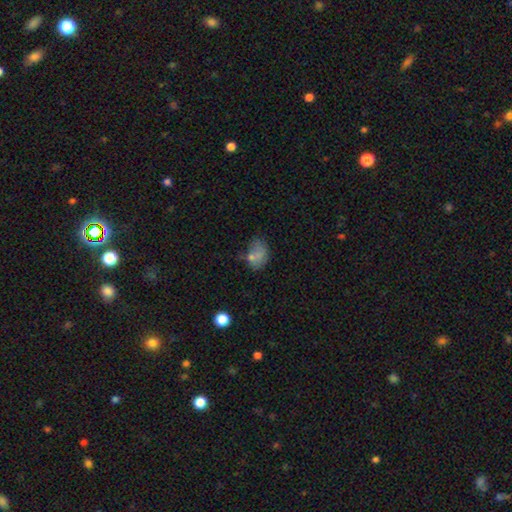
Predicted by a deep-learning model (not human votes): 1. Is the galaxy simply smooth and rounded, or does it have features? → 68% smooth, 19% featured or disk, 14% star or artifact.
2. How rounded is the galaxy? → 77% in between, 22% round, 1% cigar-shaped.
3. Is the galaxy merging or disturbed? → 37% none, 28% minor disturbance, 20% major disturbance, 15% merger.